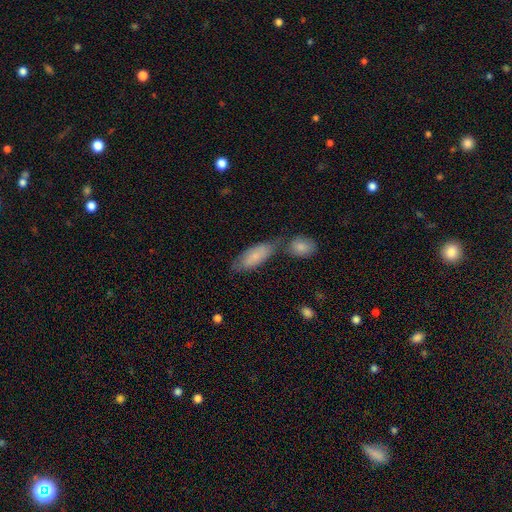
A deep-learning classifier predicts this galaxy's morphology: A smooth galaxy with no disk features (76%) that is in between round and cigar-shaped (74%).

Vote fractions:
- Smooth or featured? smooth: 76% / featured or disk: 18% / star or artifact: 6%
- How rounded? in between: 74% / cigar-shaped: 24% / round: 2%
- Merging? none: 45% / merger: 33% / minor disturbance: 17% / major disturbance: 5%